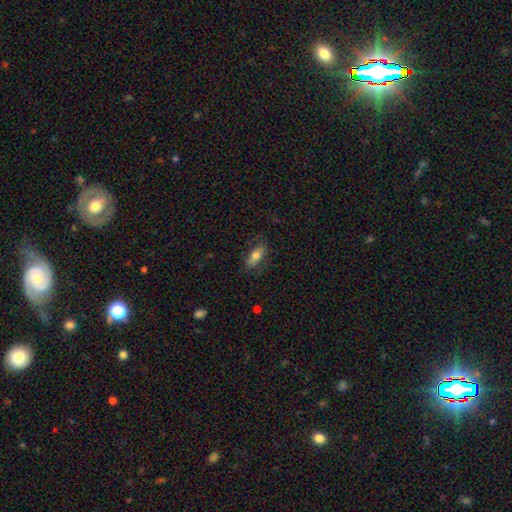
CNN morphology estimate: smooth-or-featured: smooth: 70% | featured or disk: 23% | star or artifact: 7%
  how-rounded: in between: 80% | cigar-shaped: 15% | round: 4%
  merging: none: 75% | minor disturbance: 17% | major disturbance: 7% | merger: 1%